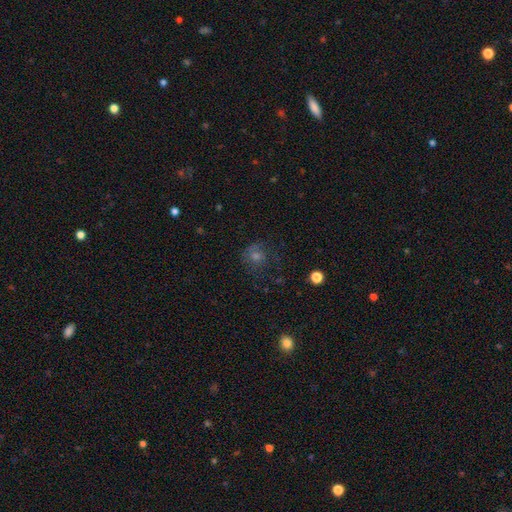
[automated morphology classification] Smooth or featured? smooth (48%)
Merging? none (67%)